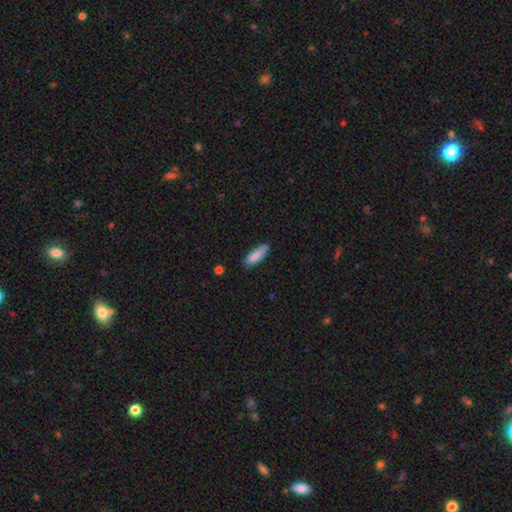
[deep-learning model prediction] Smooth or featured? smooth (85%)
How rounded? in between (50%)
Merging? none (77%)